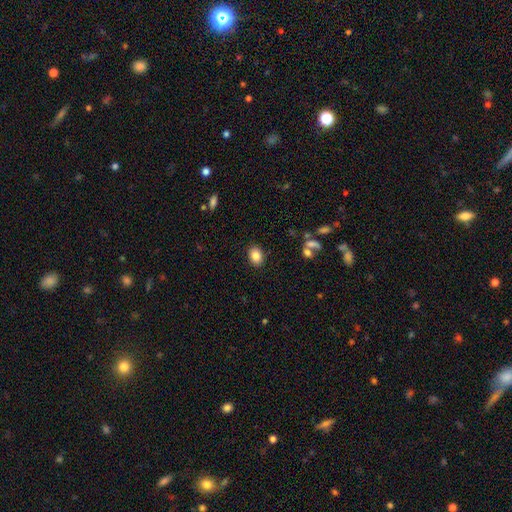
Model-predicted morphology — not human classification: Smooth or featured? smooth (86%)
How rounded? in between (73%)
Merging? none (87%)